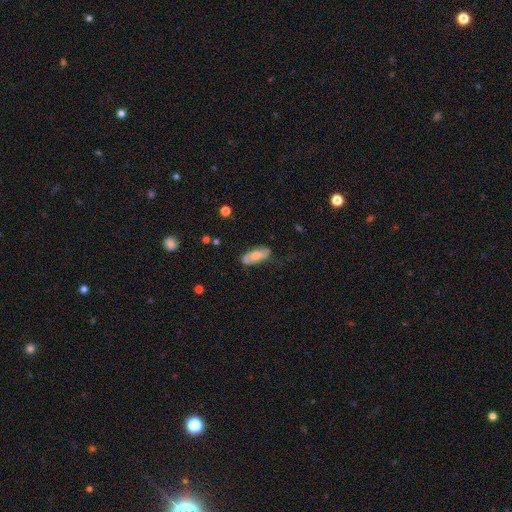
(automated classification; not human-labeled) Smooth or featured?
  - smooth: 52% *
  - featured or disk: 42%
  - star or artifact: 7%
How rounded?
  - in between: 75% *
  - cigar-shaped: 22%
  - round: 3%
Merging?
  - none: 68% *
  - minor disturbance: 22%
  - major disturbance: 7%
  - merger: 3%